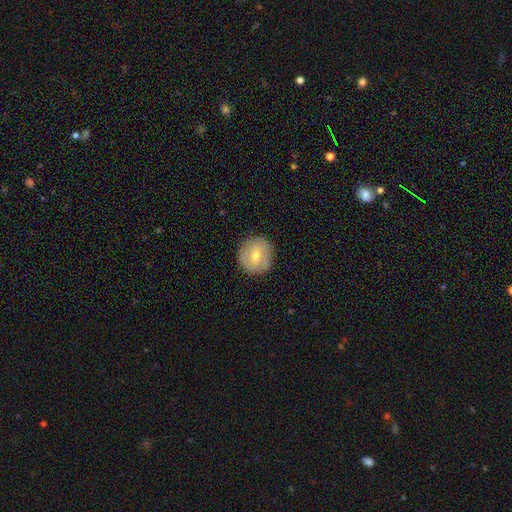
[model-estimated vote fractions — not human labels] Q: Smooth or featured?
A: smooth (46%); tied with: featured or disk (46%)
Q: Merging?
A: none (86%); runner-up: minor disturbance (10%)